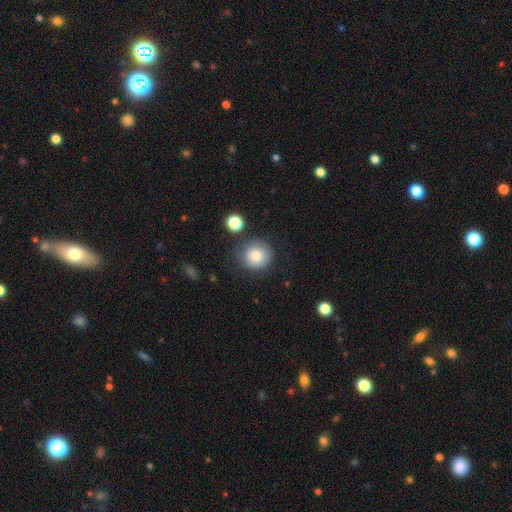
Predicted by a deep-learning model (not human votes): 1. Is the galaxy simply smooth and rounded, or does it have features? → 81% smooth, 9% star or artifact, 9% featured or disk.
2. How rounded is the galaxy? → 92% round, 7% in between, 1% cigar-shaped.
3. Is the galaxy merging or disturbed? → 76% none, 15% minor disturbance, 5% merger, 5% major disturbance.